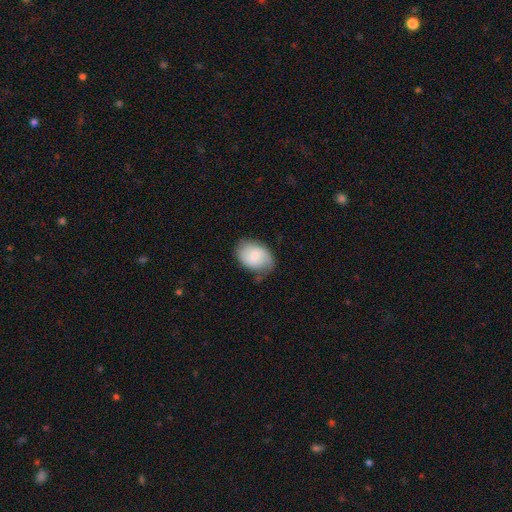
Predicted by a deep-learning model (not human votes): smooth_or_featured: smooth (p=0.63) [alt: featured or disk p=0.30]
how_rounded: in between (p=0.74) [alt: round p=0.25]
merging: none (p=0.65) [alt: minor disturbance p=0.26]